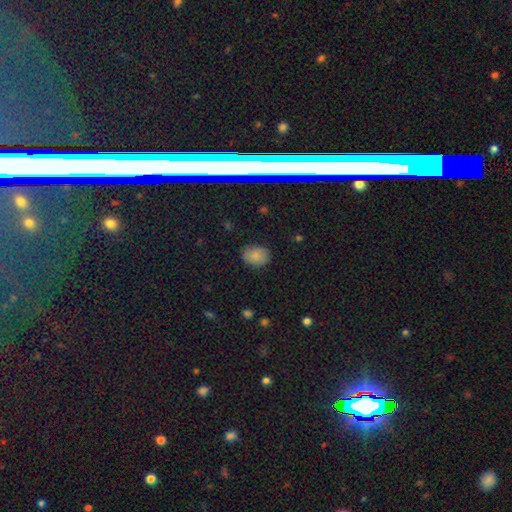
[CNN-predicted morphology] Smooth or featured?
  - smooth: 83% *
  - star or artifact: 11%
  - featured or disk: 6%
How rounded?
  - round: 50% *
  - in between: 49%
  - cigar-shaped: 1%
Merging?
  - none: 82% *
  - minor disturbance: 14%
  - major disturbance: 3%
  - merger: 1%